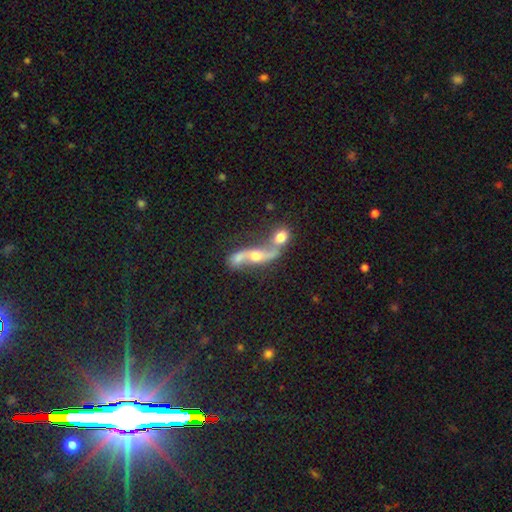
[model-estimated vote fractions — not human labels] Smooth or featured?
  - featured or disk: 63% *
  - smooth: 27%
  - star or artifact: 11%
Edge-on disk?
  - no: 79% *
  - yes: 21%
Merging?
  - merger: 54% *
  - none: 29%
  - minor disturbance: 9%
  - major disturbance: 8%